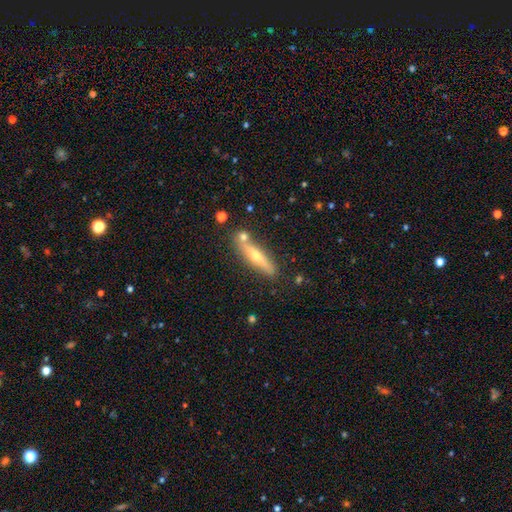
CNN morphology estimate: smooth_or_featured: featured or disk (p=0.57) [alt: smooth p=0.36]
disk_edge_on: yes (p=0.90) [alt: no p=0.10]
edge_on_bulge: rounded (p=0.85) [alt: none p=0.11]
merging: none (p=0.77) [alt: minor disturbance p=0.12]